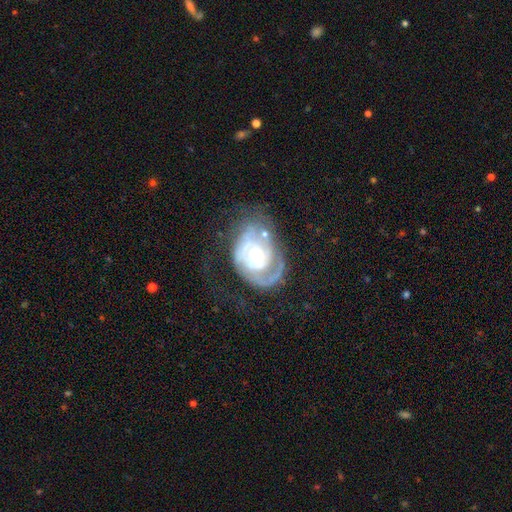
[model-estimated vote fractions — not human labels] Smooth or featured? featured or disk (83%)
Edge-on disk? no (97%)
Bar? no (76%)
Spiral arms? yes (87%)
Spiral winding? tight (61%)
Spiral arm count? can't tell (33%)
Bulge size? moderate (51%)
Merging? none (44%)